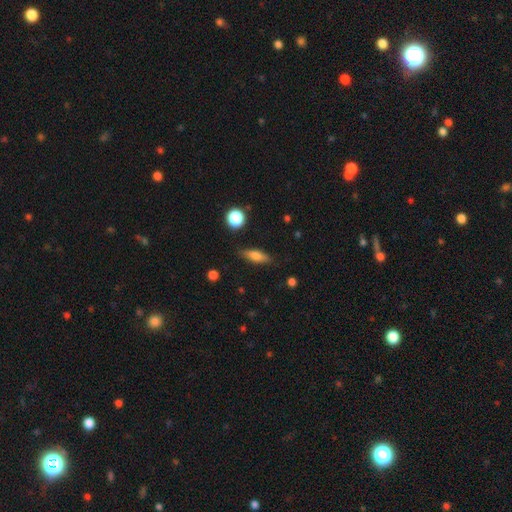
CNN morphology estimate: Smooth or featured? smooth (71%)
How rounded? in between (53%)
Merging? none (83%)